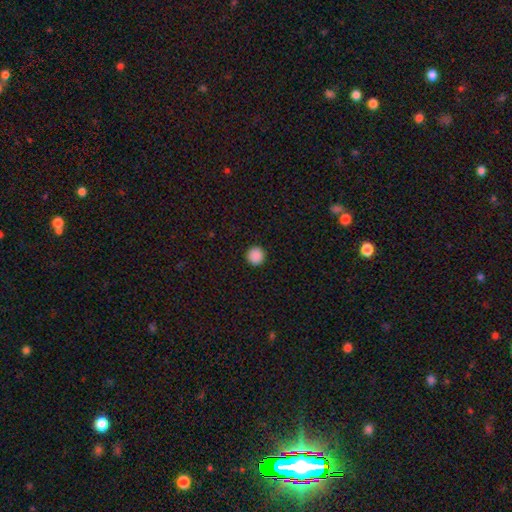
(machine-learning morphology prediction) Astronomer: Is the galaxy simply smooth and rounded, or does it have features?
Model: smooth — 89%.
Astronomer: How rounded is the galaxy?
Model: round — 95%.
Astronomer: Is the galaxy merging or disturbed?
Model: none — 93%.